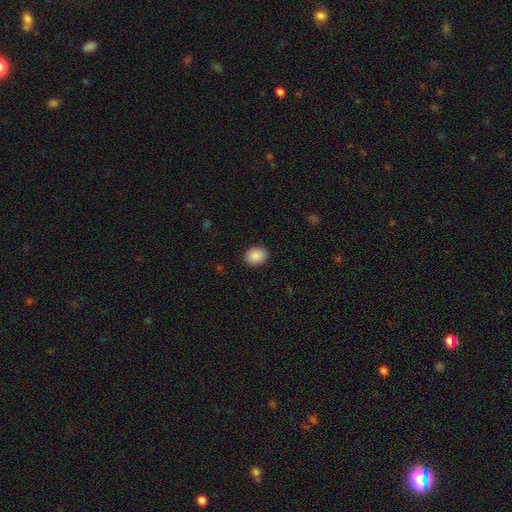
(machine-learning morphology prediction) type=smooth (90%); roundness=in between (52%); merging=none (89%).